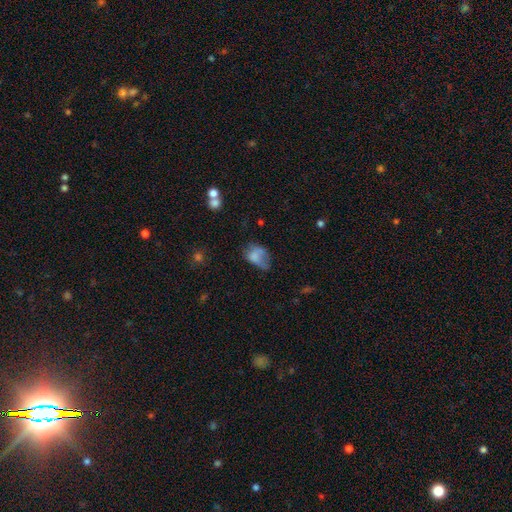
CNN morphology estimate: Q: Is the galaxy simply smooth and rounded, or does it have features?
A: smooth — 68%.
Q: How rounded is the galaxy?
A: in between — 78%.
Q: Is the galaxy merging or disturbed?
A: major disturbance — 35%.